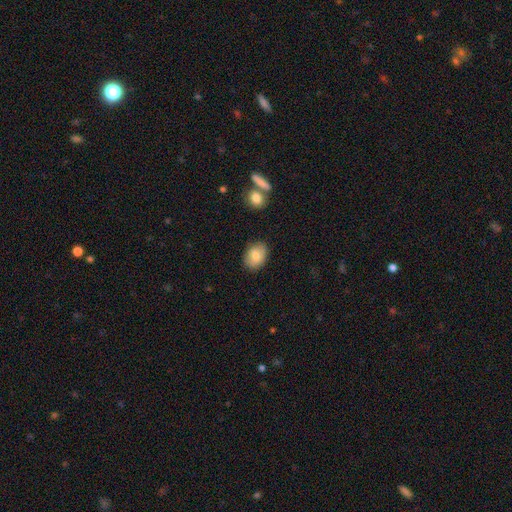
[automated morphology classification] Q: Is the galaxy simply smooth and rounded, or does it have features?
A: smooth — 80%.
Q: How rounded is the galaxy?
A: in between — 74%.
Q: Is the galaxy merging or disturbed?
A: none — 84%.